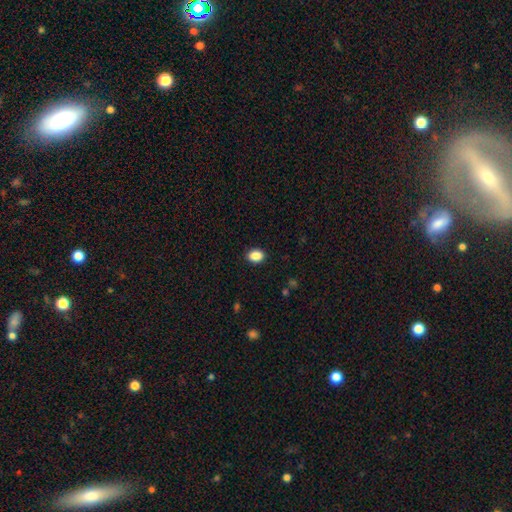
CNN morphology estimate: smooth-or-featured: smooth: 88% | star or artifact: 9% | featured or disk: 3%
  how-rounded: in between: 63% | round: 36% | cigar-shaped: 1%
  merging: none: 90% | minor disturbance: 7% | major disturbance: 2% | merger: 1%